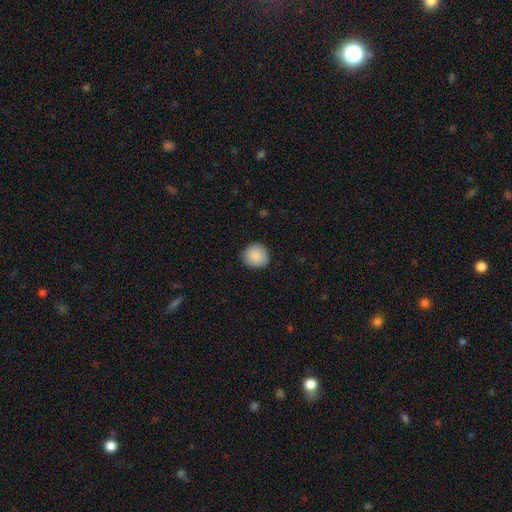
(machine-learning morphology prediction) The model was most divided on "merging": none: 88%, minor disturbance: 9%, major disturbance: 2%, merger: 1%. More confident: how rounded — round (90%); smooth or featured — smooth (89%).